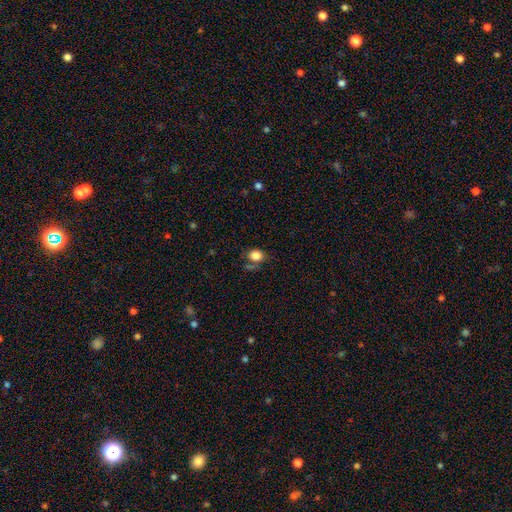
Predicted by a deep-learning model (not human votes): The model was most divided on "how rounded": round: 52%, in between: 47%, cigar-shaped: 1%. More confident: smooth or featured — smooth (83%); merging — none (61%).